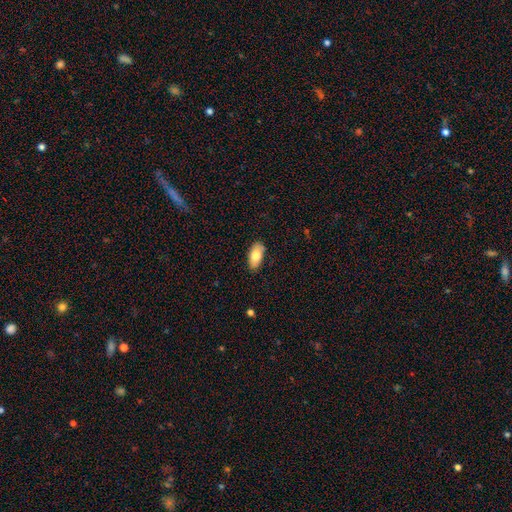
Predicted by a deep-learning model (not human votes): Morphology: type=smooth (78%); roundness=in between (91%); merging=none (84%).